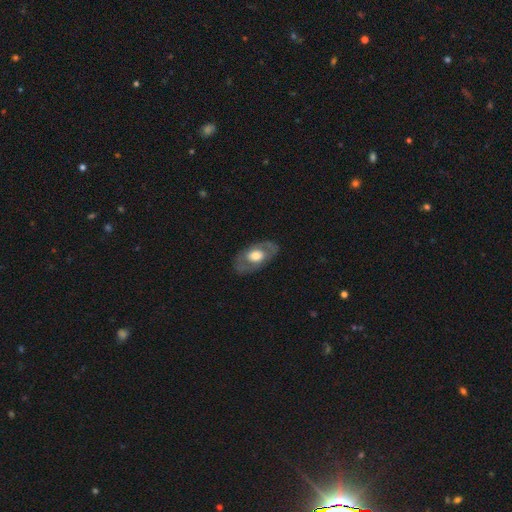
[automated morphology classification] Smooth or featured? Predicted: featured or disk (p=0.52). Edge-on disk? Predicted: no (p=0.86). Merging? Predicted: none (p=0.80).